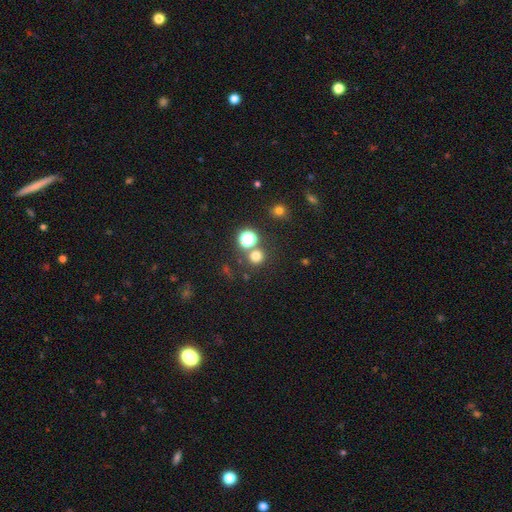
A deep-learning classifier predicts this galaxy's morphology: This is likely a smooth galaxy (70%). How rounded: clearly round (91%). Merging: likely none (75%).